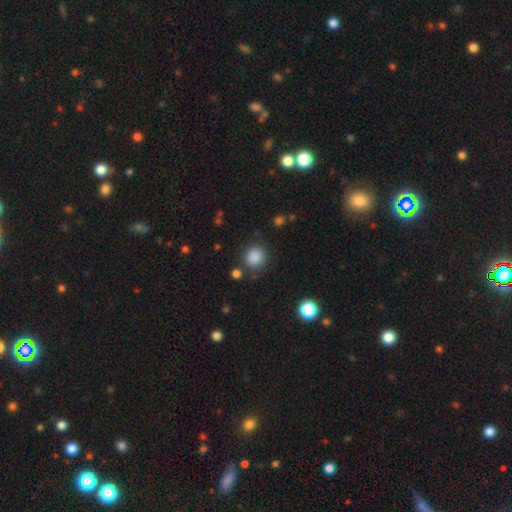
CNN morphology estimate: type=smooth (87%); roundness=round (88%); merging=none (82%).